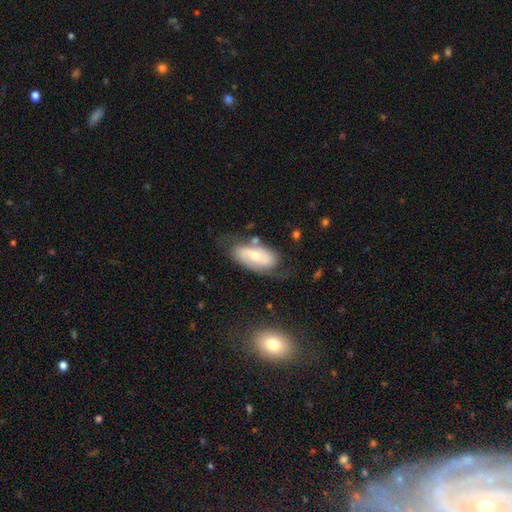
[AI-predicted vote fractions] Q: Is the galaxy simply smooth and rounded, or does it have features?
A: featured or disk — 60%.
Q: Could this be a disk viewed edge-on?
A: no — 91%.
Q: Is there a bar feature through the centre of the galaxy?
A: no — 48%.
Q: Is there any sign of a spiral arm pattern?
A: yes — 82%.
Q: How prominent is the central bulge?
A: moderate — 51%.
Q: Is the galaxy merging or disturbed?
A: none — 58%.